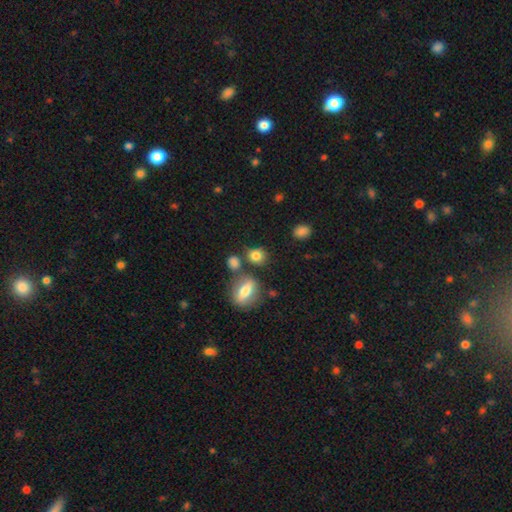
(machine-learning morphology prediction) Smooth or featured: smooth — 80% (star or artifact — 11%)
How rounded: round — 71% (in between — 26%)
Merging: none — 65% (merger — 16%)